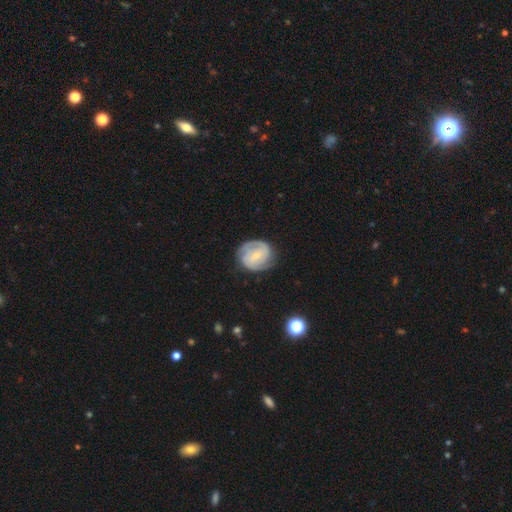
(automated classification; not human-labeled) A featured or disk galaxy (80%) with a weak bar (52%), 2 (71%) tight (57%) spiral arms (95%) and a small central bulge (66%).

Vote fractions:
- Smooth or featured? featured or disk: 80% / smooth: 15% / star or artifact: 5%
- Edge-on disk? no: 98% / yes: 2%
- Bar? weak: 52% / no: 29% / strong: 20%
- Spiral arms? yes: 95% / no: 5%
- Spiral winding? tight: 57% / medium: 35% / loose: 8%
- Spiral arm count? 2: 71% / can't tell: 13% / 3: 9% / 1: 4% / 4: 2% / more than 4: 2%
- Bulge size? small: 66% / moderate: 26% / none: 6% / large: 2% / dominant: 1%
- Merging? none: 77% / minor disturbance: 16% / major disturbance: 6% / merger: 1%